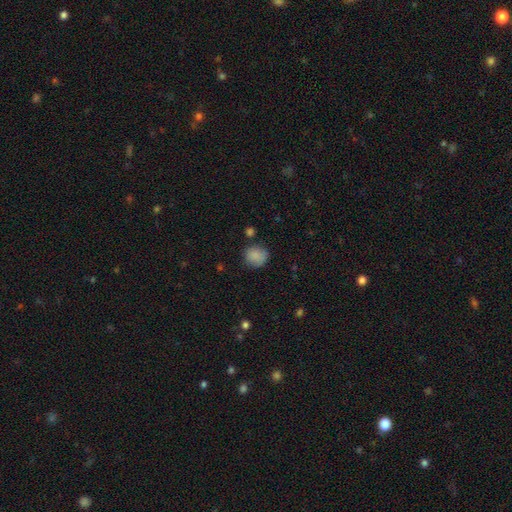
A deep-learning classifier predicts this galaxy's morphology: Smooth or featured? Predicted: smooth (p=0.84). How rounded? Predicted: round (p=0.82). Merging? Predicted: none (p=0.69).